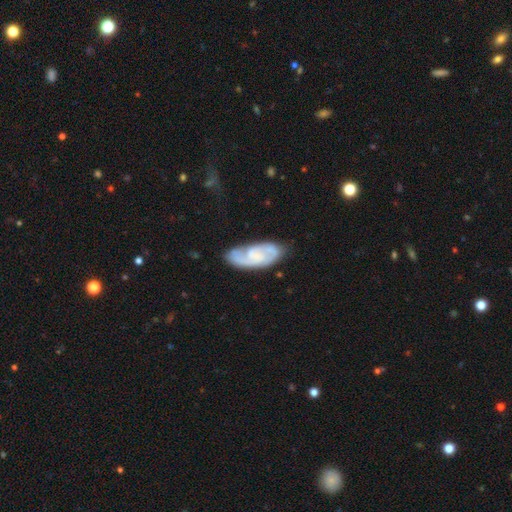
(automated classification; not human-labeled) Smooth or featured: featured or disk — 73% (smooth — 21%)
Edge-on disk: no — 94% (yes — 6%)
Bar: no — 58% (weak — 35%)
Spiral arms: yes — 94% (no — 6%)
Spiral winding: tight — 46% (medium — 42%)
Spiral arm count: 2 — 64% (can't tell — 16%)
Bulge size: small — 44% (none — 33%)
Merging: none — 74% (minor disturbance — 19%)